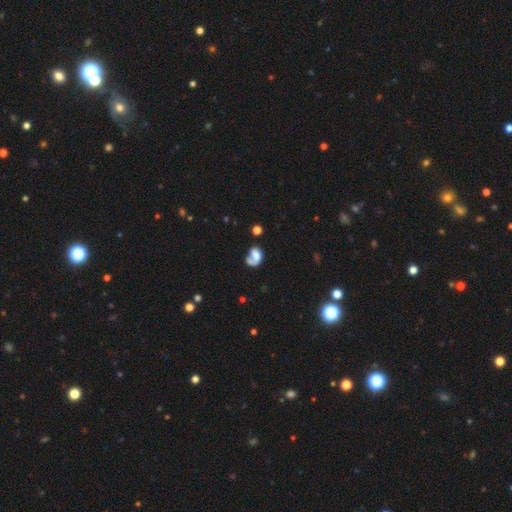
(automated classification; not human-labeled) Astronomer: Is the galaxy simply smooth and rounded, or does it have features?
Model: smooth — 53% (runner-up: featured or disk, 38%).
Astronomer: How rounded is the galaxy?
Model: in between — 74%.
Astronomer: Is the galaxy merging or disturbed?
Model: major disturbance — 31% (runner-up: none, 29%).